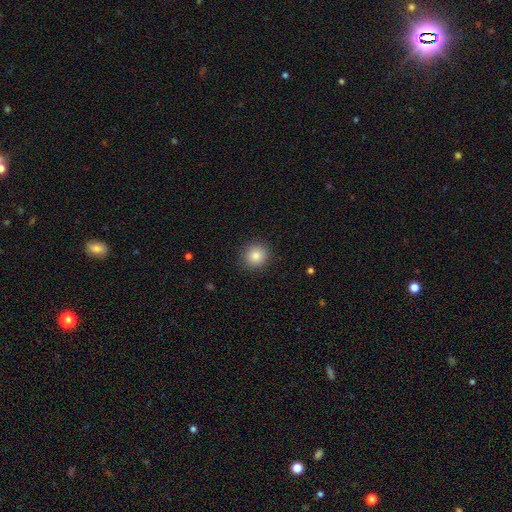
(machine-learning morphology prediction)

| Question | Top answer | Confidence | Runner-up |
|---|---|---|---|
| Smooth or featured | smooth | 84% | star or artifact (10%) |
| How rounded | round | 91% | in between (8%) |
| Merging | none | 91% | minor disturbance (6%) |